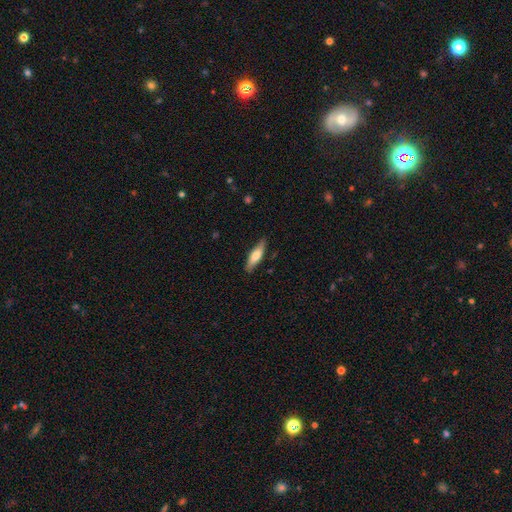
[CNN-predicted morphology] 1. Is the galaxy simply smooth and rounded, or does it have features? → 66% smooth, 28% featured or disk, 6% star or artifact.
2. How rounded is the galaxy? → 65% cigar-shaped, 33% in between, 2% round.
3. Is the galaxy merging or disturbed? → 85% none, 12% minor disturbance, 2% major disturbance, 1% merger.